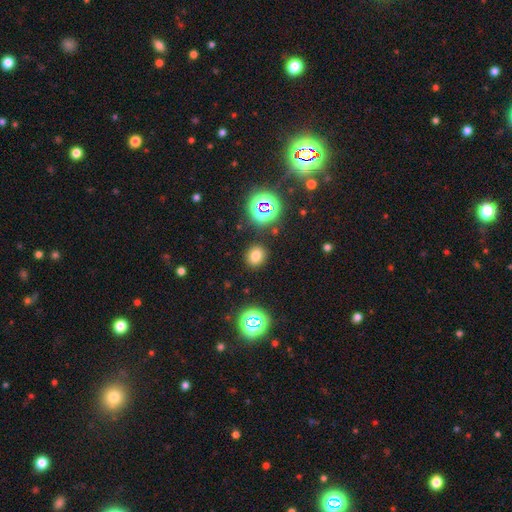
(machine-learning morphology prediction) The model was most divided on "how rounded": round: 74%, in between: 25%, cigar-shaped: 1%. More confident: merging — none (87%); smooth or featured — smooth (73%).